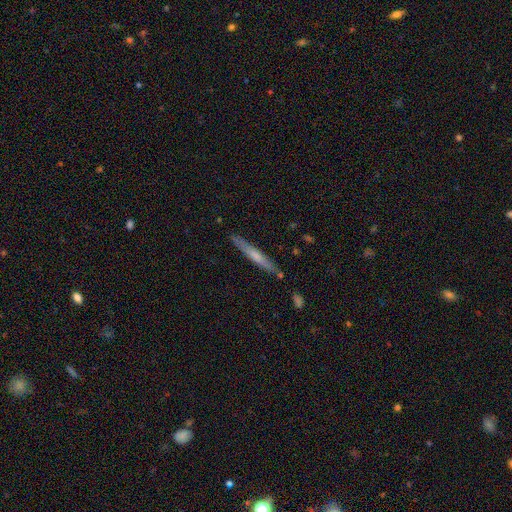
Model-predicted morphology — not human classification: A smooth galaxy with no disk features (51%) that is cigar-shaped (95%). Merging: none (85%).